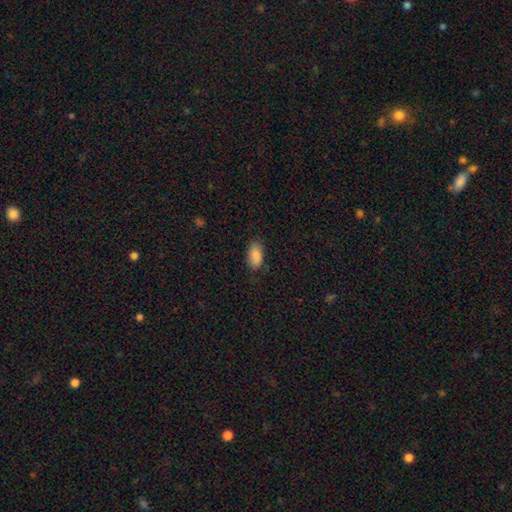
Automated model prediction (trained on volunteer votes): Overall: smooth (88%). How rounded: in between (93%). Merging: none (78%).